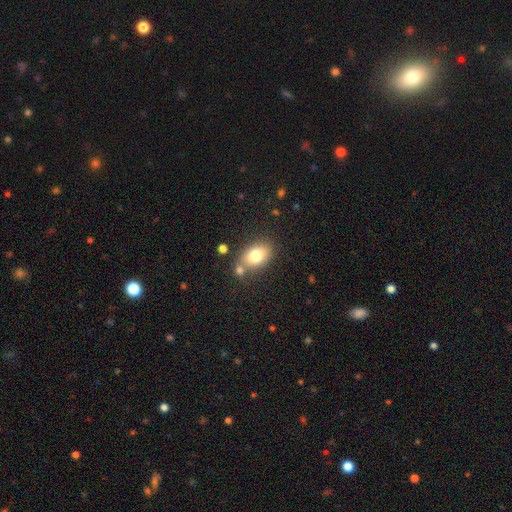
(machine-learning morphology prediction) The model was most divided on "merging": none: 66%, merger: 16%, minor disturbance: 14%, major disturbance: 4%. More confident: how rounded — in between (83%); smooth or featured — smooth (78%).